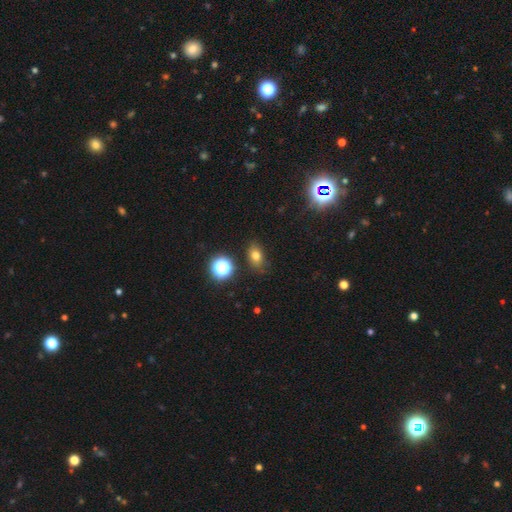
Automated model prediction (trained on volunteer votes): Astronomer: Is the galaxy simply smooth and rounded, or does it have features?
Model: smooth — 73%.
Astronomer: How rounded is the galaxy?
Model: in between — 74%.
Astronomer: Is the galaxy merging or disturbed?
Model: none — 78%.